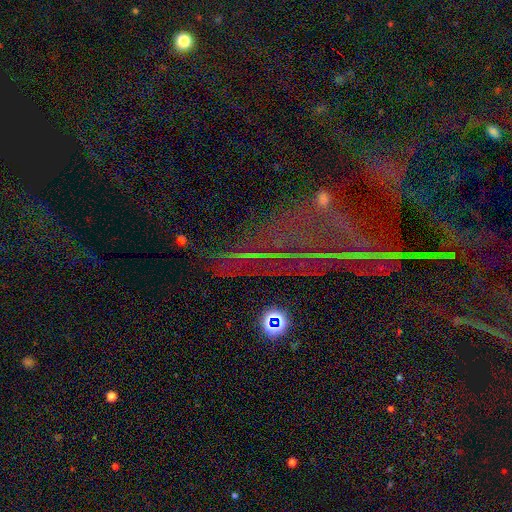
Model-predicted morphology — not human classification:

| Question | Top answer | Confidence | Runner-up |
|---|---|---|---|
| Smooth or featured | star or artifact | 78% | featured or disk (12%) |